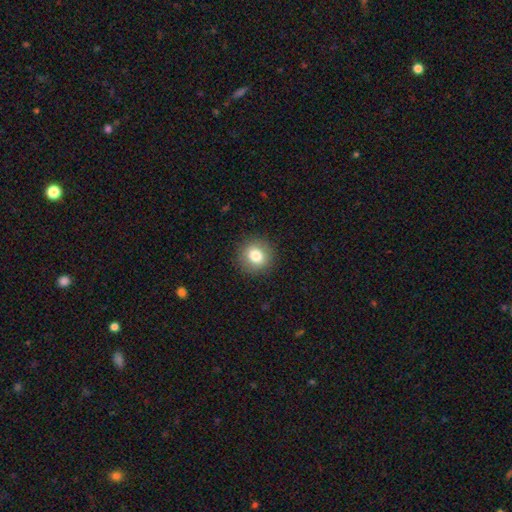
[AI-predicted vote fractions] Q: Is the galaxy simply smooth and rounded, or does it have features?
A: smooth — 81%.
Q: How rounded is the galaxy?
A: round — 88%.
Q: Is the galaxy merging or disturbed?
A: none — 90%.